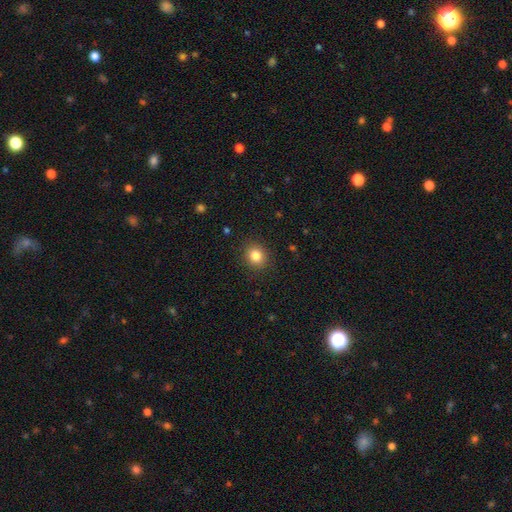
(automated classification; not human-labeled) A smooth galaxy with no disk features (83%) that is round (75%).

Vote fractions:
- Smooth or featured? smooth: 83% / star or artifact: 11% / featured or disk: 6%
- How rounded? round: 75% / in between: 25% / cigar-shaped: 1%
- Merging? none: 89% / minor disturbance: 7% / major disturbance: 2% / merger: 1%